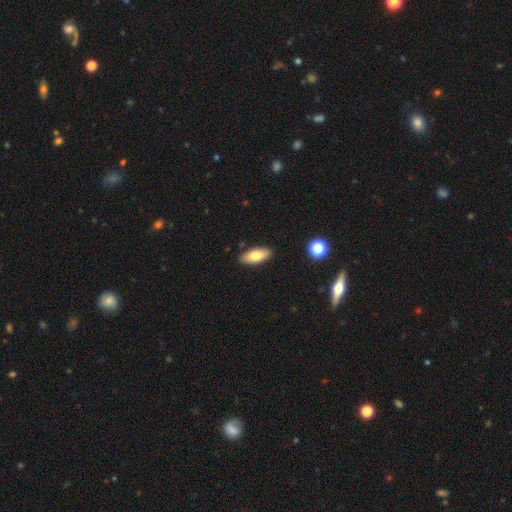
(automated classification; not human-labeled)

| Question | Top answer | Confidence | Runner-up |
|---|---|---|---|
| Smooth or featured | smooth | 77% | featured or disk (16%) |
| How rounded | in between | 83% | cigar-shaped (14%) |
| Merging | none | 88% | minor disturbance (9%) |